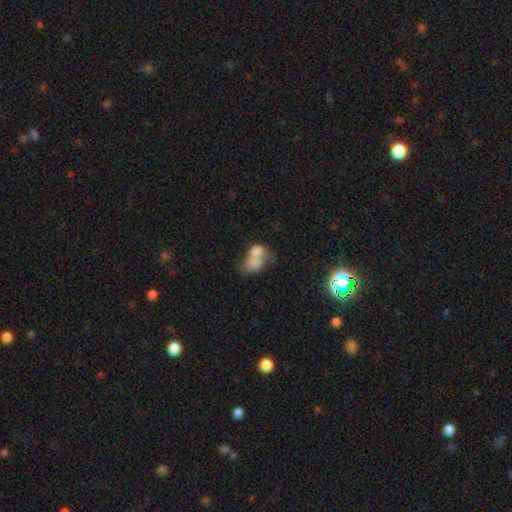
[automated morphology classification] type=smooth (70%); roundness=in between (72%); merging=merger (69%).